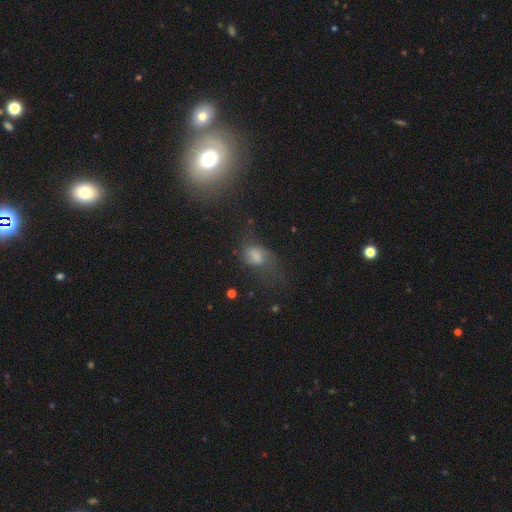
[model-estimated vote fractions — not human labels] Morphology: type=smooth (50%); merging=none (42%).